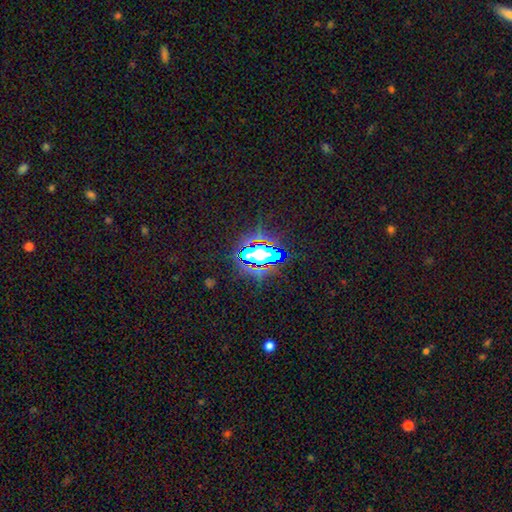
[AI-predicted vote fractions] Smooth or featured: star or artifact — 62% (smooth — 25%)